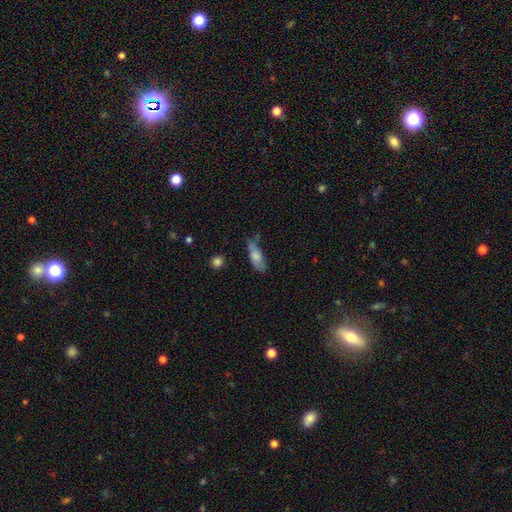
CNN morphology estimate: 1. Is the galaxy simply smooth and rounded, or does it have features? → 71% smooth, 22% featured or disk, 7% star or artifact.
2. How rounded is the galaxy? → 70% in between, 27% cigar-shaped, 3% round.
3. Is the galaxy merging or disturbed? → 52% none, 32% minor disturbance, 10% major disturbance, 5% merger.